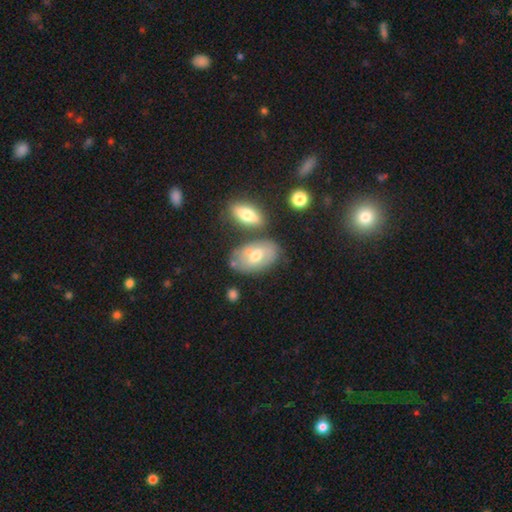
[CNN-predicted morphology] Smooth or featured? Predicted: smooth (p=0.53). How rounded? Predicted: in between (p=0.91). Merging? Predicted: none (p=0.61).